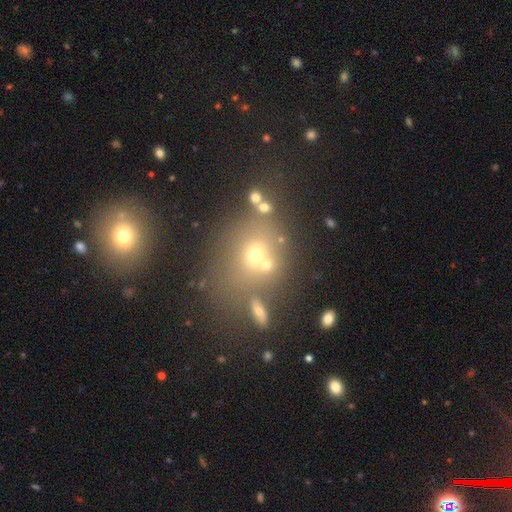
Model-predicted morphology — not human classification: Smooth or featured? Predicted: smooth (p=0.52). How rounded? Predicted: round (p=0.64). Merging? Predicted: none (p=0.54).